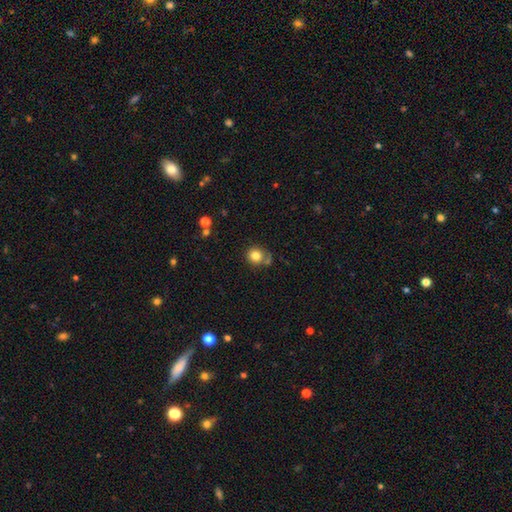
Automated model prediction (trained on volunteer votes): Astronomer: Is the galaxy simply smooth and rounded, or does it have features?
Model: smooth — 81%.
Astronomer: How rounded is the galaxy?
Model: round — 85%.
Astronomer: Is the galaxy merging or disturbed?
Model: none — 62%.